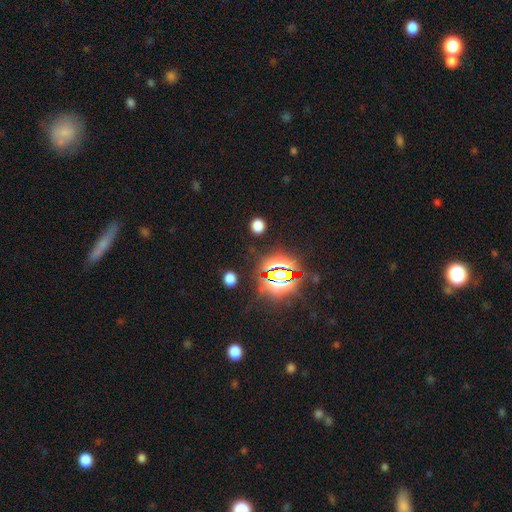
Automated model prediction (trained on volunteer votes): Smooth or featured: star or artifact — 81% (smooth — 11%)